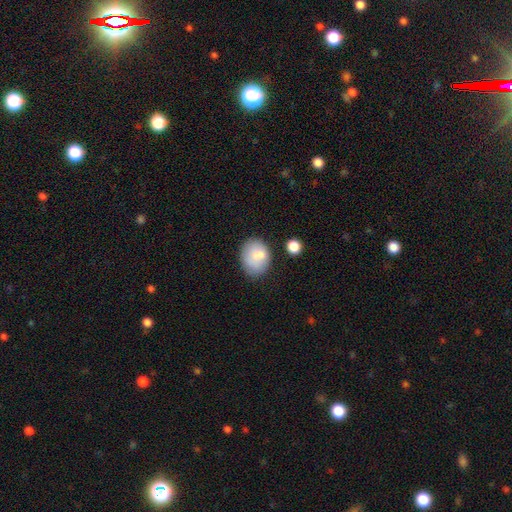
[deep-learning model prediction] This appears to be a smooth galaxy with no disk features (78%) that is in between round and cigar-shaped (63%). Merging: none (58%).